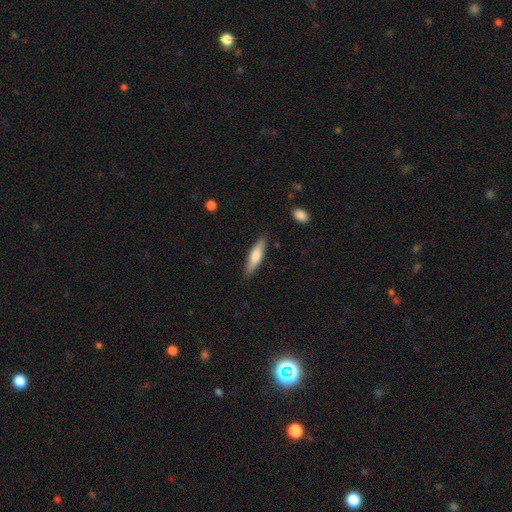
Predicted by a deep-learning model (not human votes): smooth_or_featured: smooth (p=0.69) [alt: featured or disk p=0.26]
how_rounded: cigar-shaped (p=0.70) [alt: in between p=0.29]
merging: none (p=0.85) [alt: minor disturbance p=0.11]